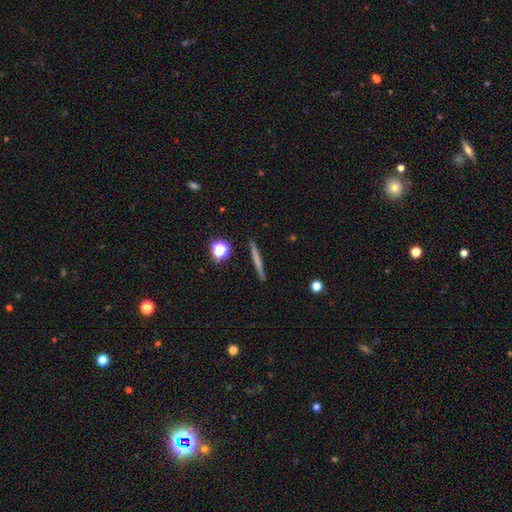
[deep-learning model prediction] A smooth galaxy with no disk features (49%). Merging: none (92%).